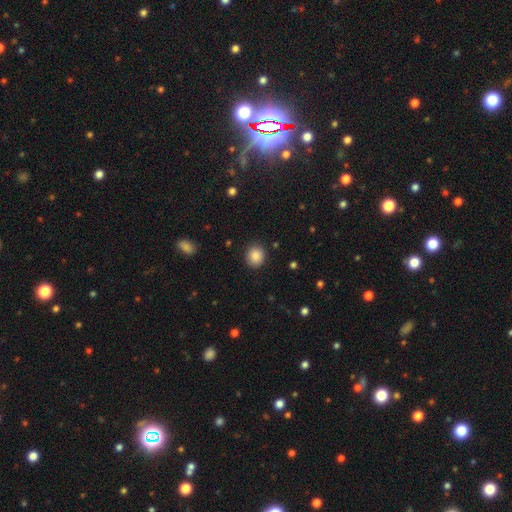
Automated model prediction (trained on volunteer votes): This appears to be a smooth galaxy with no disk features (87%) that is round (78%). Merging: none (88%).